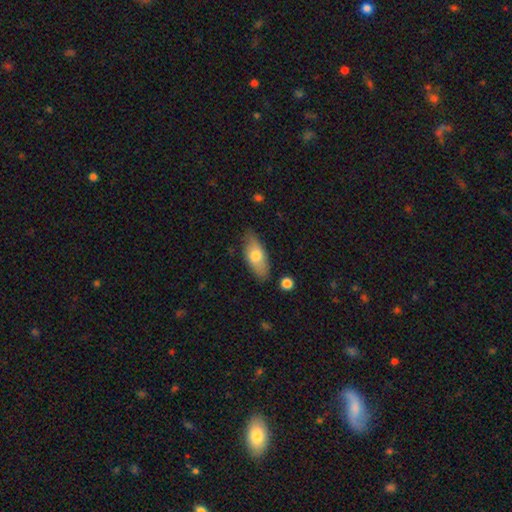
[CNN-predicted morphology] This is likely a smooth galaxy (70%). How rounded: clearly in between (82%). Merging: likely none (77%).